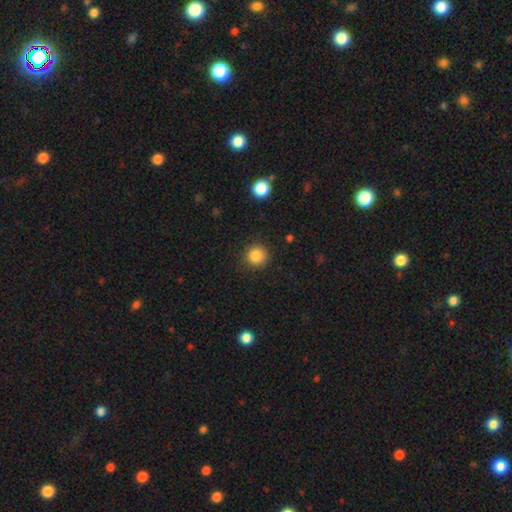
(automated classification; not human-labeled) This appears to be a smooth galaxy with no disk features (85%) that is round (93%). Merging: none (88%).